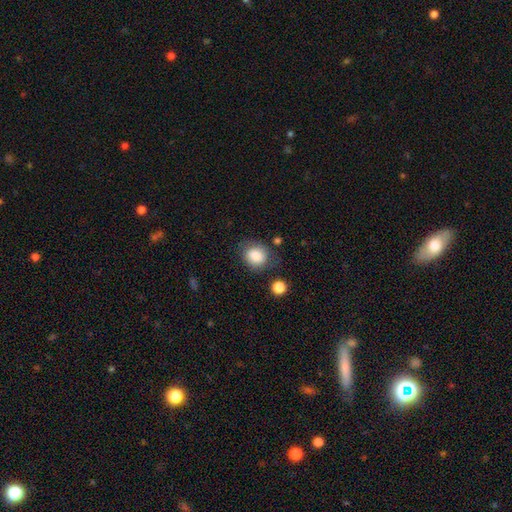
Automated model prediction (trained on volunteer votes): A smooth galaxy with no disk features (84%) that is round (65%). Merging: none (70%).